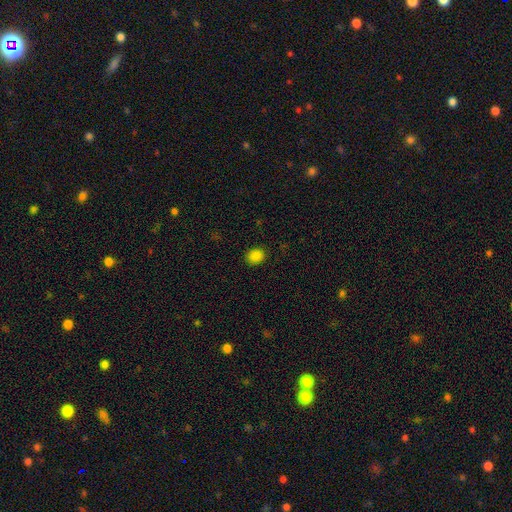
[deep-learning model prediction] Overall: smooth (85%). How rounded: round (58%; in between 41%). Merging: none (89%).